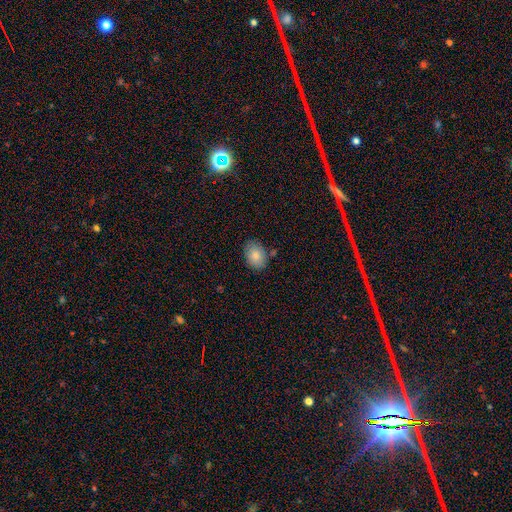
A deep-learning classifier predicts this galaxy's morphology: This is clearly a smooth galaxy (84%). How rounded: likely in between (79%). Merging: clearly none (81%).